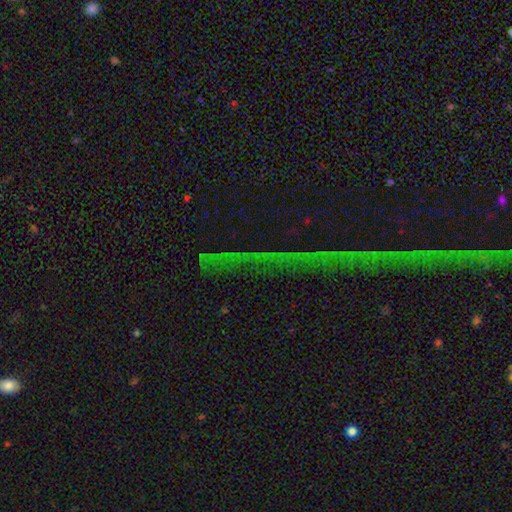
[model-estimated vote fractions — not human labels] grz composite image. It shows a star or artifact, not a galaxy (79%).